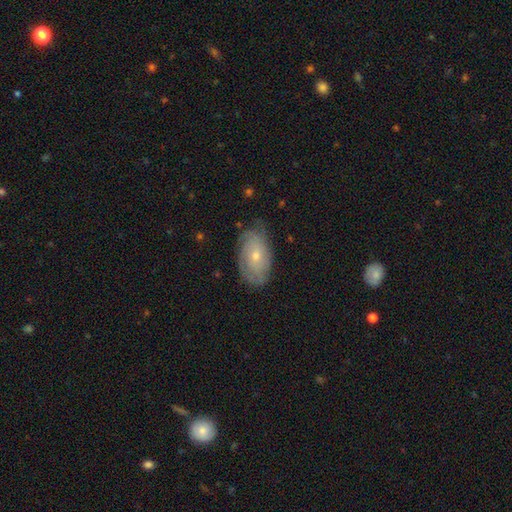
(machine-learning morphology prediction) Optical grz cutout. It shows a featured or disk galaxy (64%) with no bar (79%), tight (65%) spiral arms (85%) and a small central bulge (57%). Merging: none (72%).